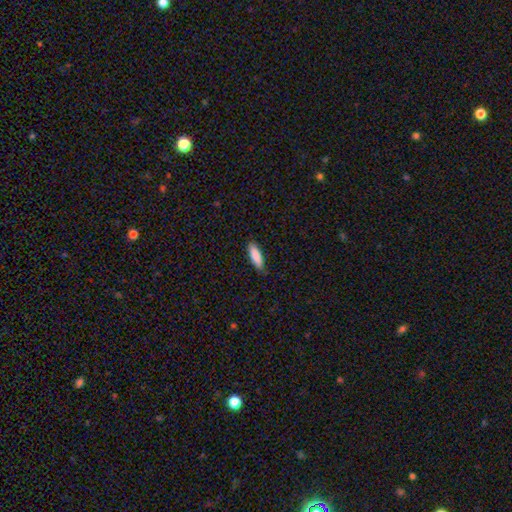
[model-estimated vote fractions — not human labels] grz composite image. It shows a smooth galaxy with no disk features (88%) that is in between round and cigar-shaped (53%). Merging: none (86%).